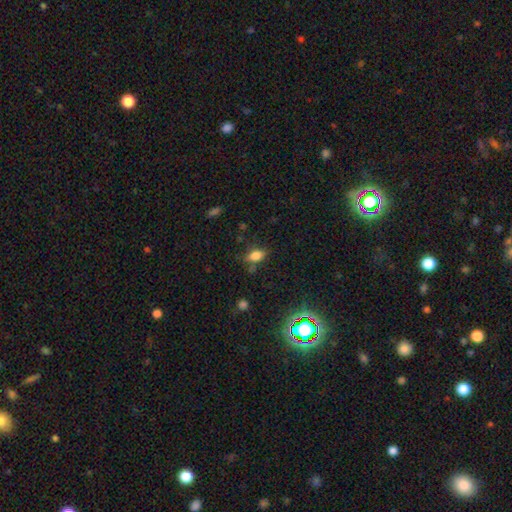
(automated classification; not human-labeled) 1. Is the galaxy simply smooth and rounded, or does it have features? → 77% smooth, 13% star or artifact, 10% featured or disk.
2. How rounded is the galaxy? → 83% in between, 11% round, 6% cigar-shaped.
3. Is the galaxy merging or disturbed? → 71% none, 19% minor disturbance, 6% major disturbance, 5% merger.